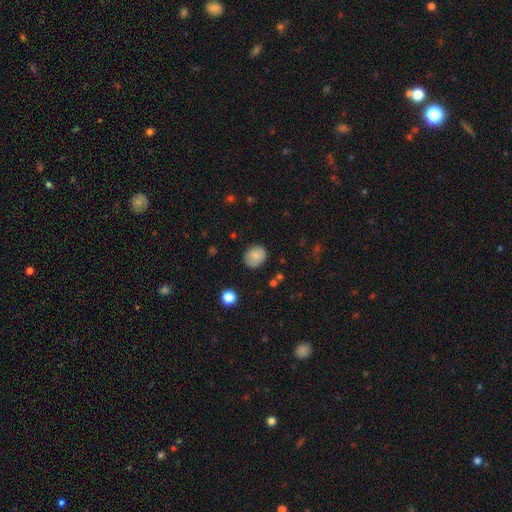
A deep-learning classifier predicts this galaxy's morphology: Smooth or featured? Predicted: smooth (p=0.82). How rounded? Predicted: round (p=0.64). Merging? Predicted: none (p=0.77).